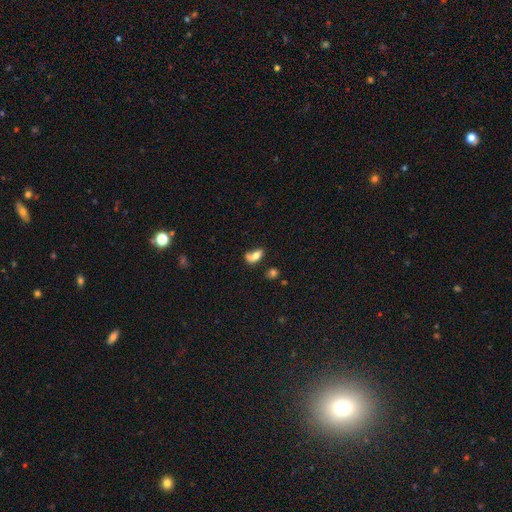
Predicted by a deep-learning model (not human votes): Q: Smooth or featured?
A: smooth (69%); runner-up: featured or disk (21%)
Q: How rounded?
A: in between (82%); runner-up: round (11%)
Q: Merging?
A: none (33%); runner-up: merger (27%)